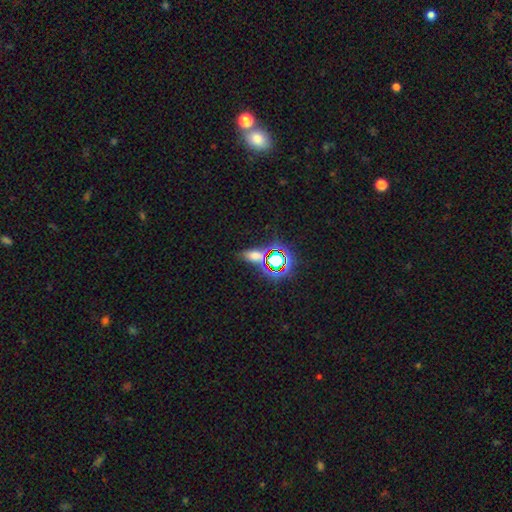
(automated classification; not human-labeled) Overall: smooth (50%; star or artifact 39%). How rounded: in between (74%). Merging: none (64%).